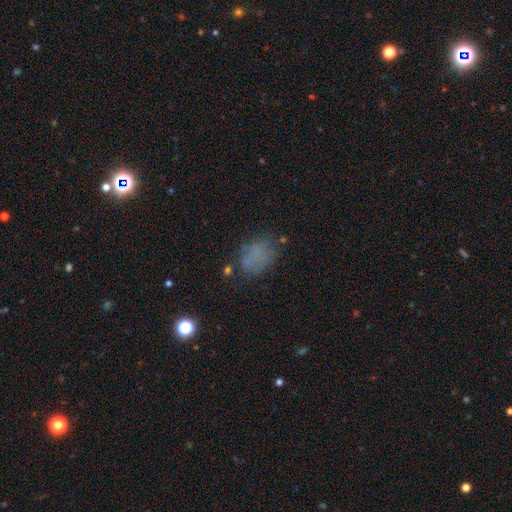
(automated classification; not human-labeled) smooth 67%, star or artifact 17%, featured or disk 16%. Down the decision tree: how rounded — in between (73%); merging — none (61%).